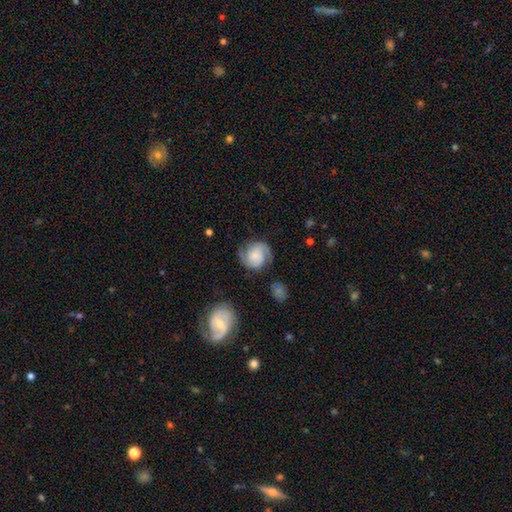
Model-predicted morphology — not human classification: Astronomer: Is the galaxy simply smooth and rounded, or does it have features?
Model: featured or disk — 72%.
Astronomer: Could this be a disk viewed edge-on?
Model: no — 98%.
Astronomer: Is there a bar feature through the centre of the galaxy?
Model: no — 68%.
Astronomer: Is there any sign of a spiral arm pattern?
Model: yes — 96%.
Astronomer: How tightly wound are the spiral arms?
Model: medium — 45% (runner-up: tight, 39%).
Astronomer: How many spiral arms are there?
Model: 2 — 88%.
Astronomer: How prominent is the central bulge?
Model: small — 32% (runner-up: none, 27%).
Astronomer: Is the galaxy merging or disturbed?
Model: none — 73%.